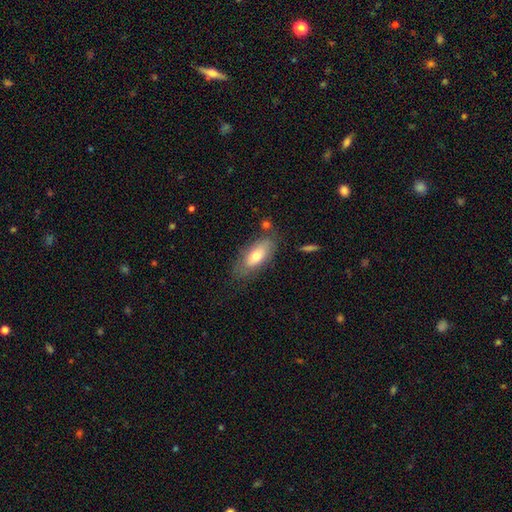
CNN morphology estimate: smooth_or_featured: smooth (p=0.68) [alt: featured or disk p=0.25]
how_rounded: in between (p=0.82) [alt: cigar-shaped p=0.16]
merging: none (p=0.69) [alt: minor disturbance p=0.20]